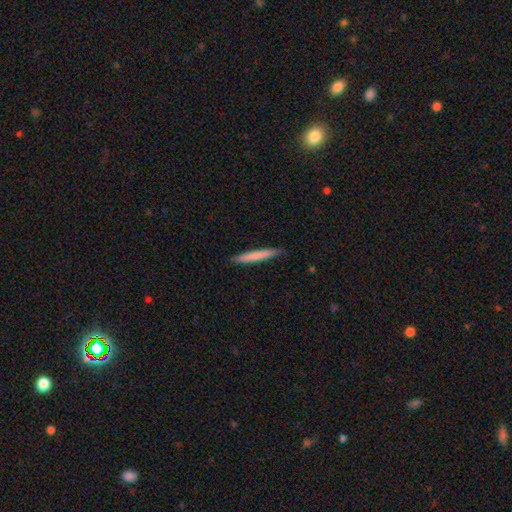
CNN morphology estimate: The model was most divided on "smooth or featured": smooth: 74%, featured or disk: 21%, star or artifact: 5%. More confident: how rounded — cigar-shaped (96%); merging — none (89%).